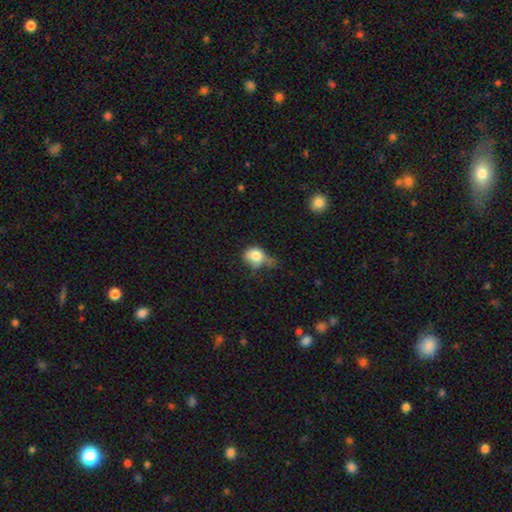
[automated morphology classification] Smooth or featured: smooth — 78% (featured or disk — 12%)
How rounded: round — 58% (in between — 41%)
Merging: minor disturbance — 37% (major disturbance — 29%)